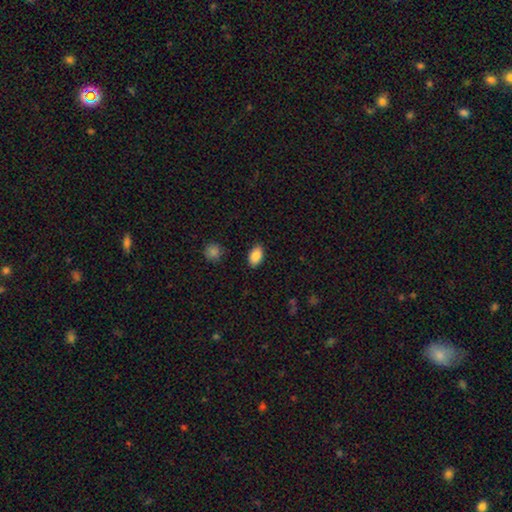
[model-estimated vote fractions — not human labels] The model was most divided on "merging": none: 87%, minor disturbance: 9%, major disturbance: 2%, merger: 1%. More confident: how rounded — in between (91%); smooth or featured — smooth (87%).